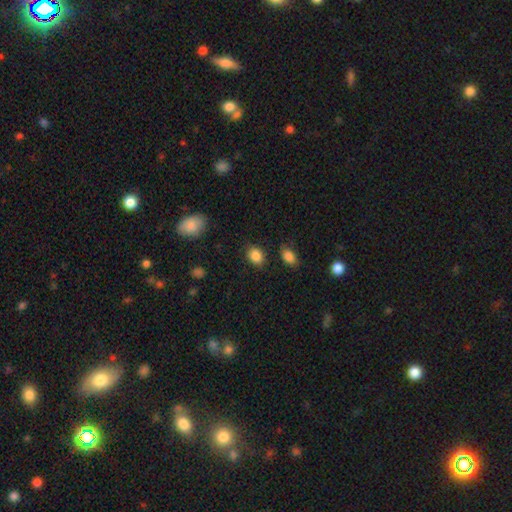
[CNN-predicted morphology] Overall: smooth (86%). How rounded: in between (62%; round 37%). Merging: none (83%).